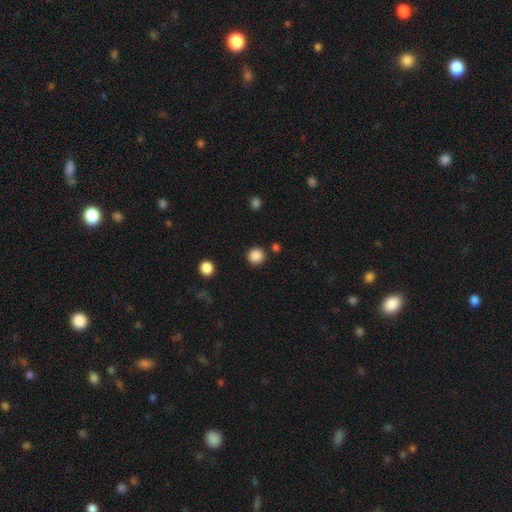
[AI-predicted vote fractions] This is clearly a smooth galaxy (87%). How rounded: clearly round (94%). Merging: clearly none (89%).